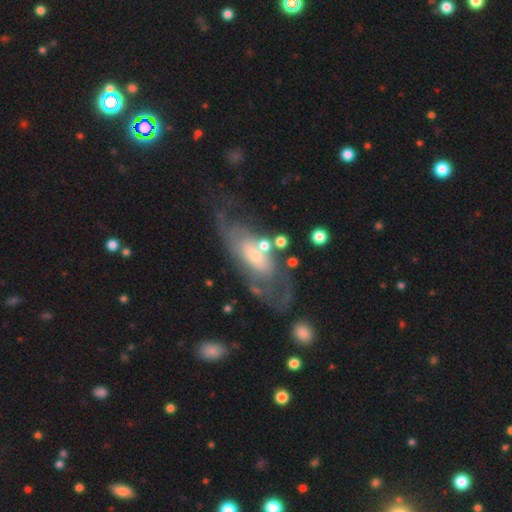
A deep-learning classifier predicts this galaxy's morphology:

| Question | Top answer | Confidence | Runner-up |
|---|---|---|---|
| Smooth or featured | featured or disk | 73% | smooth (20%) |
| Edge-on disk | no | 89% | yes (11%) |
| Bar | no | 66% | weak (26%) |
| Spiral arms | yes | 76% | no (24%) |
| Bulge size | small | 54% | moderate (33%) |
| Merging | none | 47% | major disturbance (24%) |